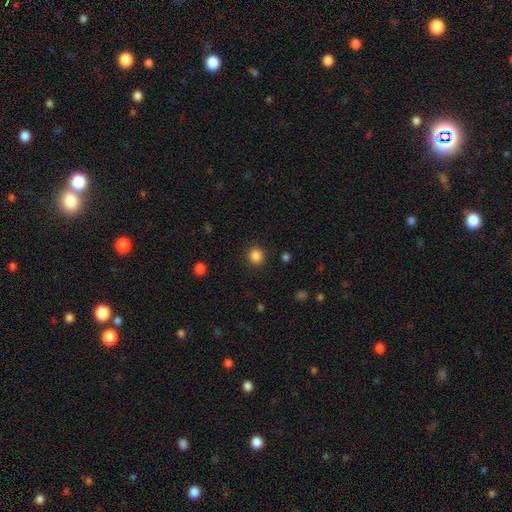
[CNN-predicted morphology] This appears to be a smooth galaxy with no disk features (85%) that is round (90%). Merging: none (91%).